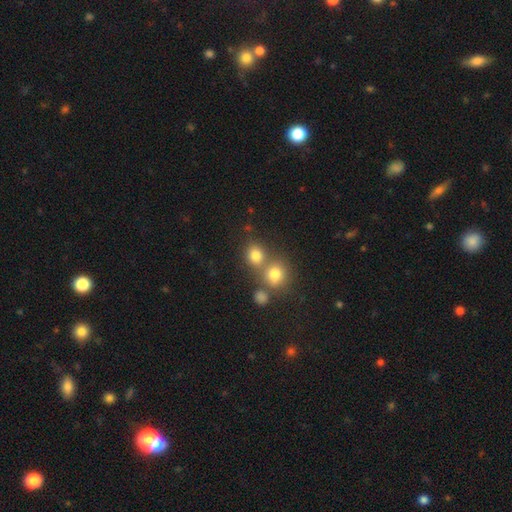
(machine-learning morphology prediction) This appears to be a smooth galaxy with no disk features (79%) that is round (77%). Merging: none (53%).